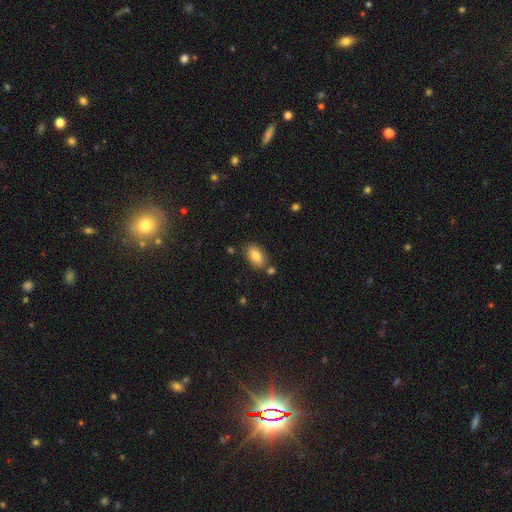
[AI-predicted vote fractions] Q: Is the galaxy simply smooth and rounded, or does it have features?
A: smooth — 82%.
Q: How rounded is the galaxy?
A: in between — 91%.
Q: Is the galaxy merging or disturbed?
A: none — 79%.